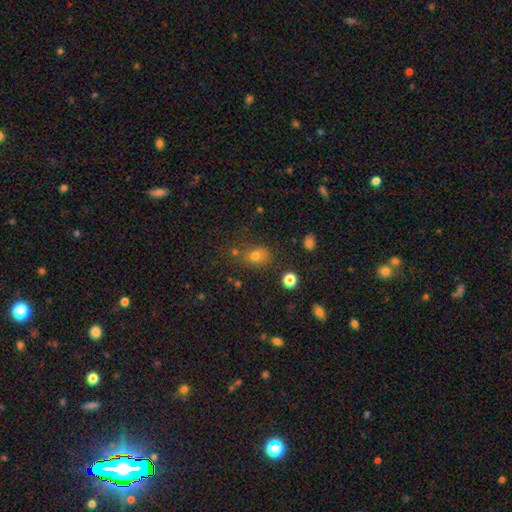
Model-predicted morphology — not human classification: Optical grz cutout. It shows a smooth galaxy with no disk features (72%) that is in between round and cigar-shaped (51%). Merging: none (69%).